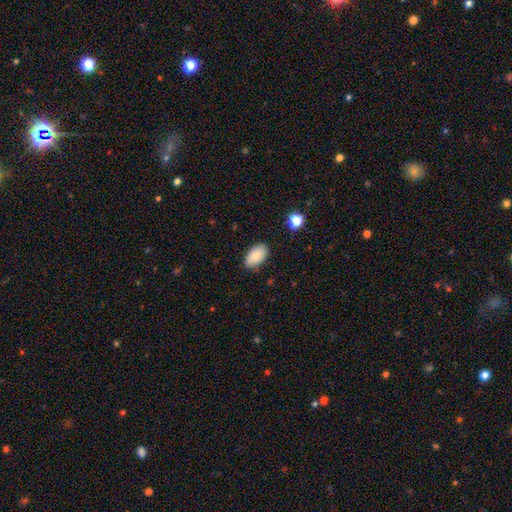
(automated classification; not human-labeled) smooth-or-featured: smooth: 88% | star or artifact: 7% | featured or disk: 5%
  how-rounded: in between: 94% | round: 4% | cigar-shaped: 2%
  merging: none: 84% | minor disturbance: 12% | major disturbance: 2% | merger: 1%